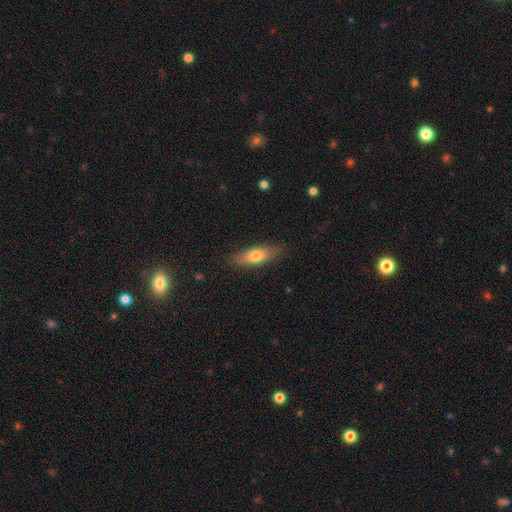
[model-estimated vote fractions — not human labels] This appears to be a smooth galaxy with no disk features (69%) that is in between round and cigar-shaped (58%). Merging: none (84%).